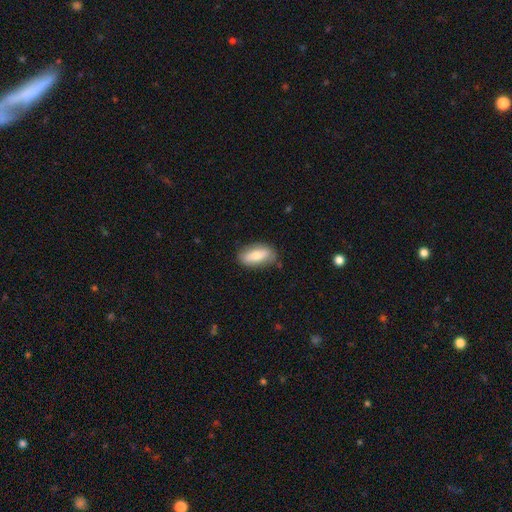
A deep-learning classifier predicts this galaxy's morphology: Q: Smooth or featured?
A: smooth (70%); runner-up: featured or disk (24%)
Q: How rounded?
A: in between (87%); runner-up: cigar-shaped (10%)
Q: Merging?
A: none (79%); runner-up: minor disturbance (16%)